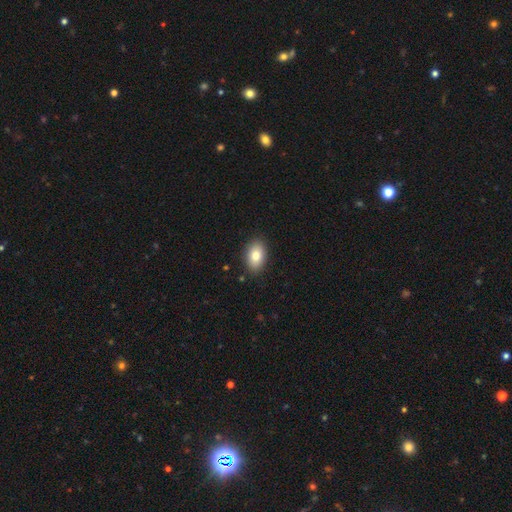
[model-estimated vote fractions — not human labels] A smooth galaxy with no disk features (82%) that is in between round and cigar-shaped (86%). Merging: none (88%).